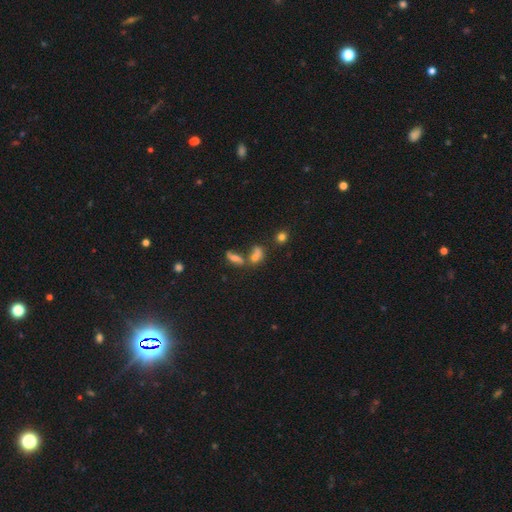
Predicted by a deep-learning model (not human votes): A smooth galaxy with no disk features (58%) that is in between round and cigar-shaped (59%). Merging: merger (42%).